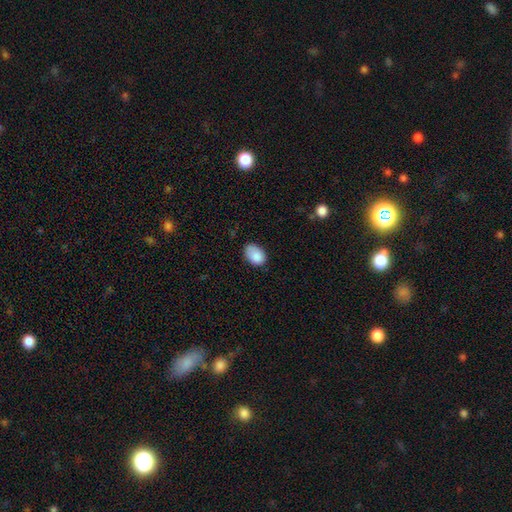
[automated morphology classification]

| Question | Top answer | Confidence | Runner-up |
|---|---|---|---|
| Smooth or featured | smooth | 86% | star or artifact (8%) |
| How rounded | in between | 86% | round (13%) |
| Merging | none | 61% | minor disturbance (30%) |